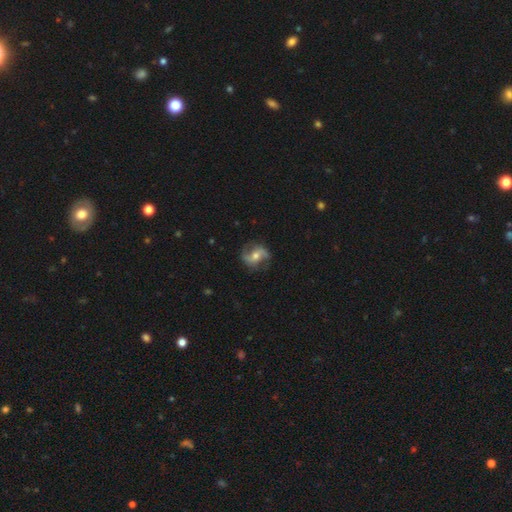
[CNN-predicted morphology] This is likely a featured or disk galaxy (79%). It is clearly not viewed edge-on (97%). Bar: marginally no (41%). Spiral arm pattern: clearly yes (93%). Spiral arm count: clearly 2 (89%). Spiral winding: marginally medium (44%). Central bulge: likely moderate (61%). Merging: likely none (77%).